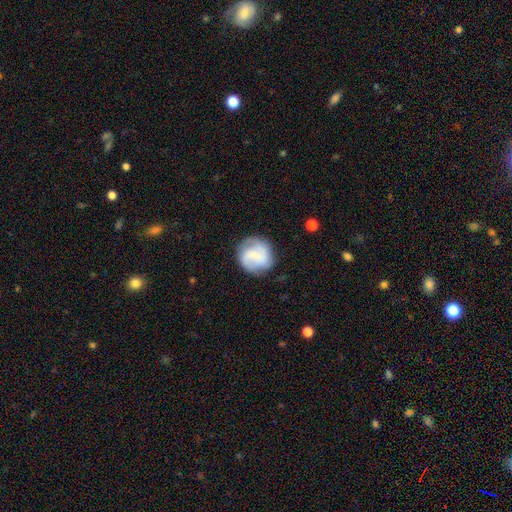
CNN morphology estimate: This appears to be a featured or disk galaxy (52%) with a weak bar (46%), spiral arms (86%) and a small central bulge (38%, tied with none). Merging: none (74%).